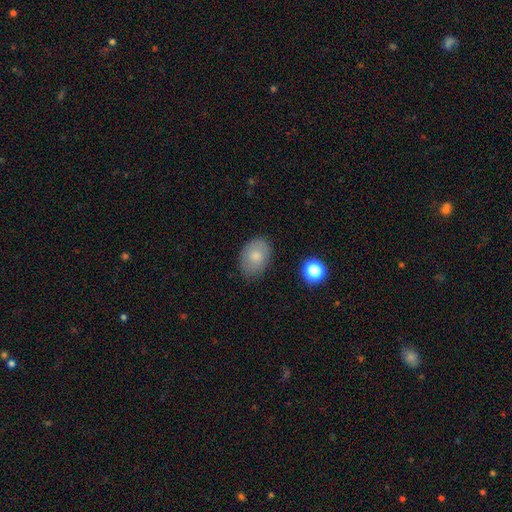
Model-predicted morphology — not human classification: Q: Smooth or featured?
A: smooth (76%); runner-up: featured or disk (16%)
Q: How rounded?
A: in between (79%); runner-up: round (20%)
Q: Merging?
A: none (77%); runner-up: minor disturbance (17%)